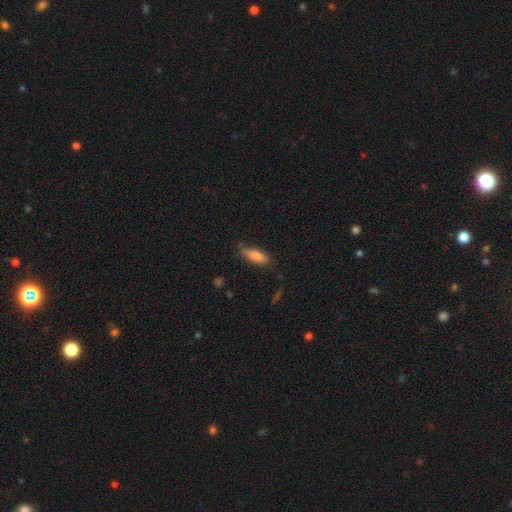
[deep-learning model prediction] A smooth galaxy with no disk features (74%) that is in between round and cigar-shaped (49%).

Vote fractions:
- Smooth or featured? smooth: 74% / featured or disk: 18% / star or artifact: 8%
- How rounded? in between: 49% / cigar-shaped: 48% / round: 2%
- Merging? none: 63% / minor disturbance: 28% / major disturbance: 7% / merger: 2%